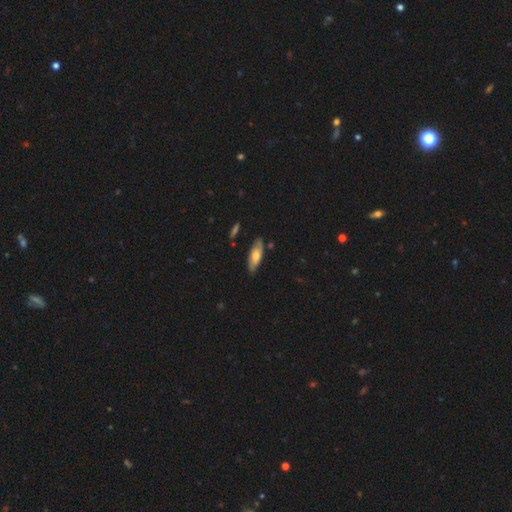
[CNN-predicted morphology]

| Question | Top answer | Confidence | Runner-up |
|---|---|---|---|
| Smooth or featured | smooth | 54% | featured or disk (40%) |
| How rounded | in between | 66% | cigar-shaped (31%) |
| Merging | none | 79% | minor disturbance (16%) |